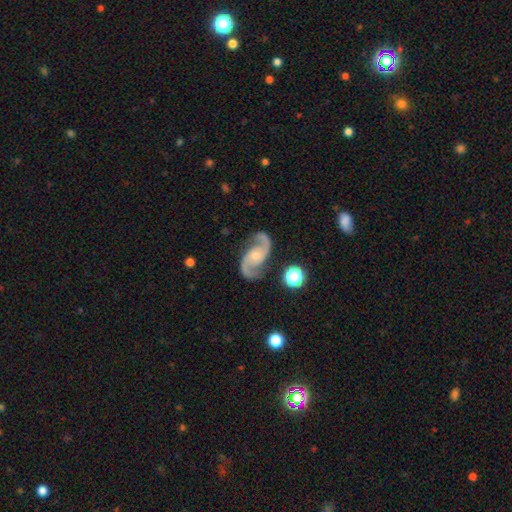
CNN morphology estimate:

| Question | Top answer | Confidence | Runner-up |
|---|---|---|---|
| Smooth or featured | featured or disk | 92% | star or artifact (4%) |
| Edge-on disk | no | 98% | yes (2%) |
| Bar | no | 59% | weak (31%) |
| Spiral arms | yes | 98% | no (2%) |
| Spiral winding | medium | 55% | loose (31%) |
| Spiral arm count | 2 | 94% | can't tell (1%) |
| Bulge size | small | 58% | moderate (34%) |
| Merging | none | 82% | minor disturbance (12%) |